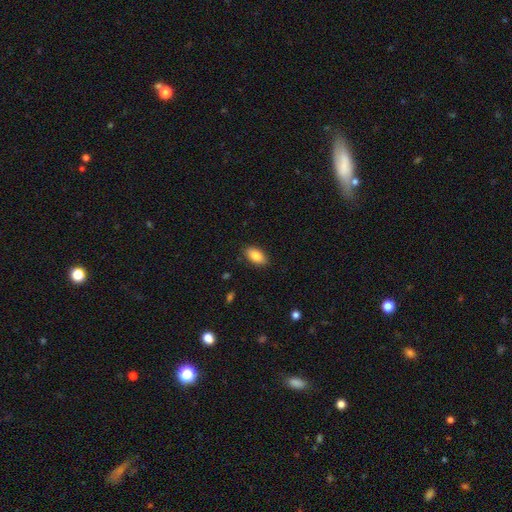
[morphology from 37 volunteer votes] This is clearly a smooth galaxy (84%). How rounded: clearly in between (100%). Merging: clearly none (86%).